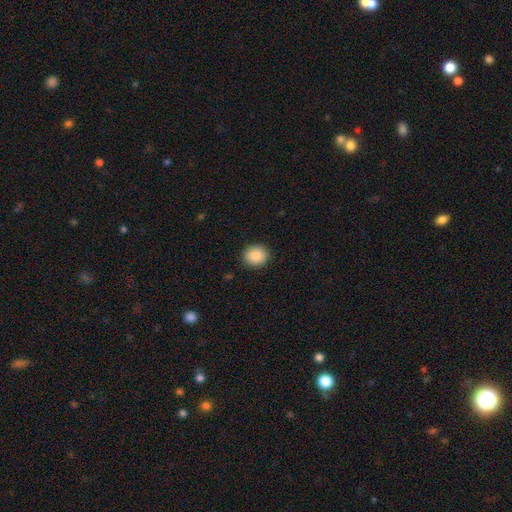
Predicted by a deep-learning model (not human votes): Overall: smooth (88%). How rounded: round (78%). Merging: none (90%).